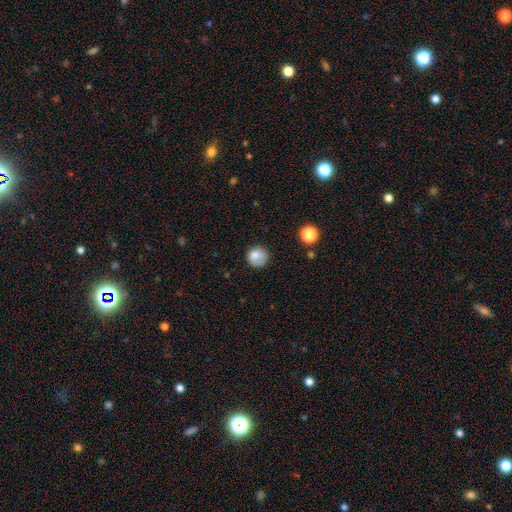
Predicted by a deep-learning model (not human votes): smooth 77%, featured or disk 12%, star or artifact 10%. Down the decision tree: how rounded — round (86%); merging — none (66%).